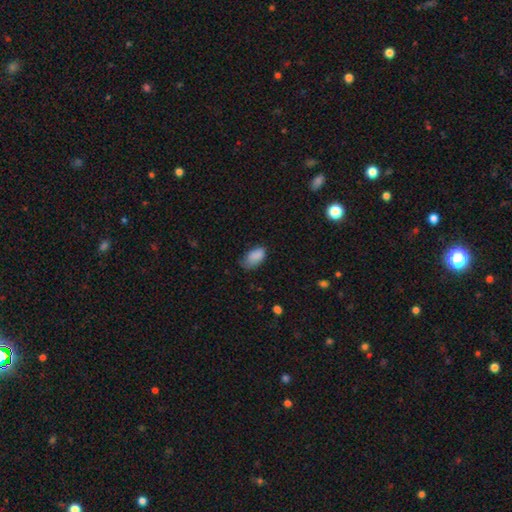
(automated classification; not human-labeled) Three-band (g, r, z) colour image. It shows a smooth galaxy with no disk features (87%) that is in between round and cigar-shaped (93%). Merging: none (54%).